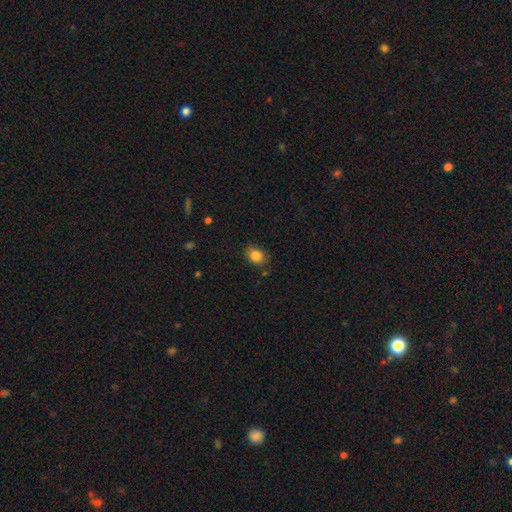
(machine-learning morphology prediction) Overall: smooth (85%). How rounded: in between (61%; round 38%). Merging: none (82%).